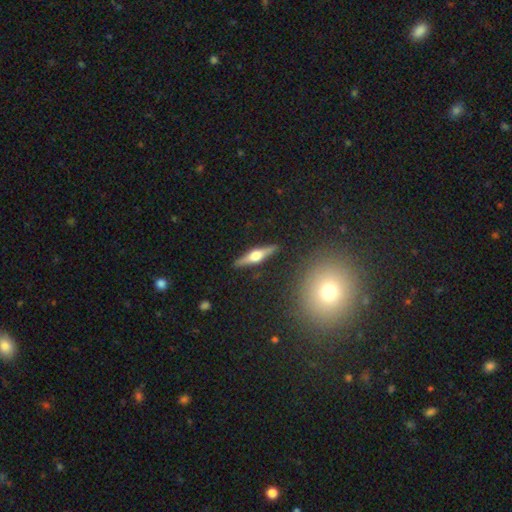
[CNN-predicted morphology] This is likely a featured or disk galaxy (73%). It is clearly viewed edge-on (97%). Edge-on bulge: clearly rounded (92%). Merging: clearly none (90%).